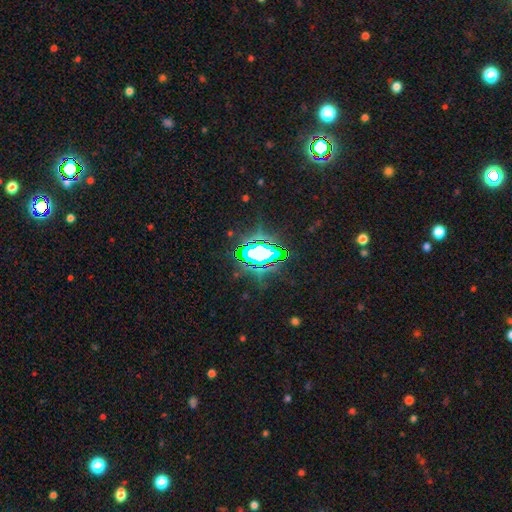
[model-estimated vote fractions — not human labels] Overall: star or artifact (70%).